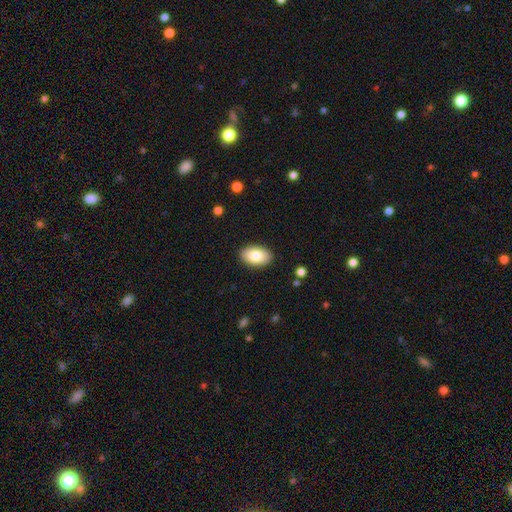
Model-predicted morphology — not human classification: Q: Smooth or featured?
A: smooth (81%); runner-up: featured or disk (12%)
Q: How rounded?
A: in between (93%); runner-up: round (6%)
Q: Merging?
A: none (89%); runner-up: minor disturbance (8%)